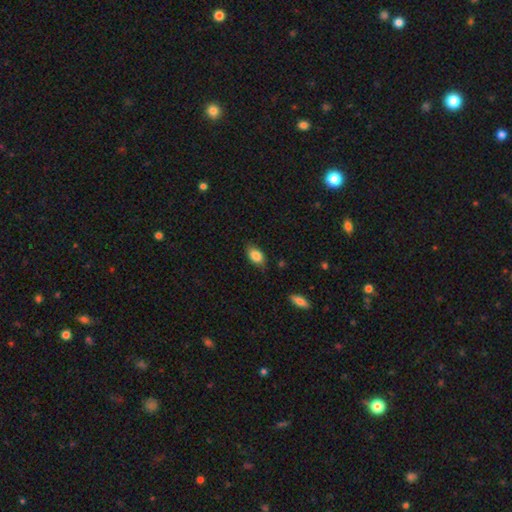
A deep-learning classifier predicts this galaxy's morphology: Smooth or featured? Predicted: smooth (p=0.84). How rounded? Predicted: in between (p=0.88). Merging? Predicted: none (p=0.75).